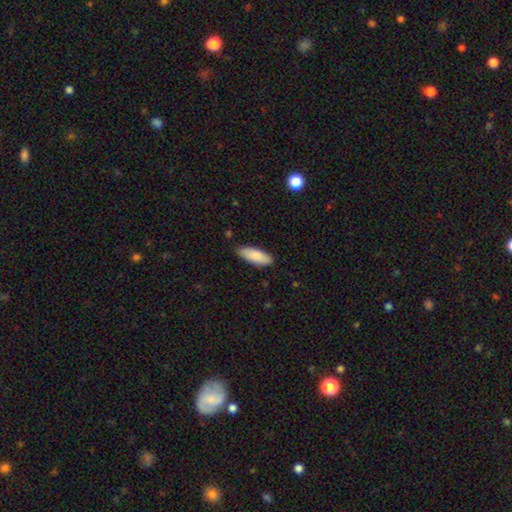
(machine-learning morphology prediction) Overall: smooth (87%). How rounded: in between (71%). Merging: none (83%).